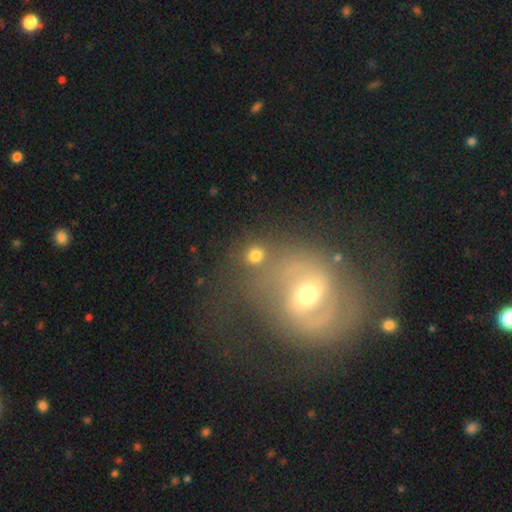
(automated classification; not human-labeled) Smooth or featured: smooth — 75% (star or artifact — 16%)
How rounded: round — 79% (in between — 20%)
Merging: none — 72% (merger — 14%)